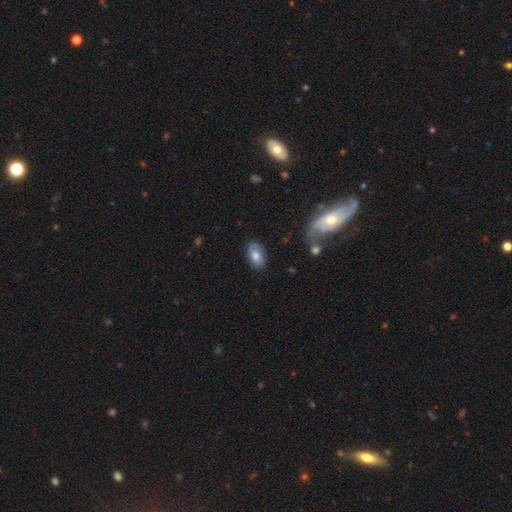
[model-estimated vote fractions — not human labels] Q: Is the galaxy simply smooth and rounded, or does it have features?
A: smooth — 67%.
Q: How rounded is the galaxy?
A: in between — 91%.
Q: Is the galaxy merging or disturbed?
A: none — 78%.